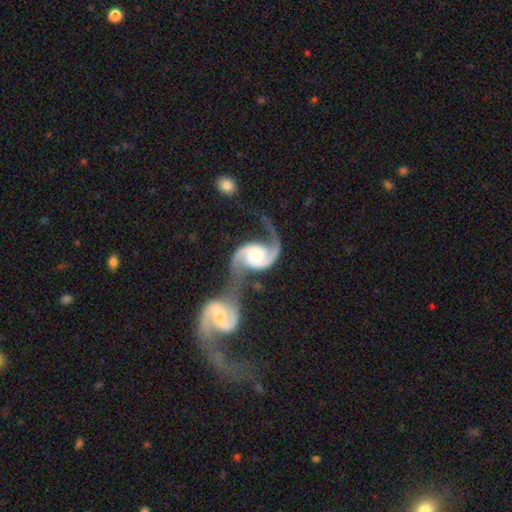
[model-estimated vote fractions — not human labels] smooth_or_featured: featured or disk (p=0.94) [alt: star or artifact p=0.03]
disk_edge_on: no (p=0.98) [alt: yes p=0.02]
bar: no (p=0.51) [alt: weak p=0.36]
has_spiral_arms: yes (p=0.98) [alt: no p=0.02]
spiral_winding: medium (p=0.48) [alt: loose p=0.38]
spiral_arm_count: 2 (p=0.94) [alt: 1 p=0.02]
bulge_size: moderate (p=0.64) [alt: small p=0.22]
merging: merger (p=0.55) [alt: none p=0.26]